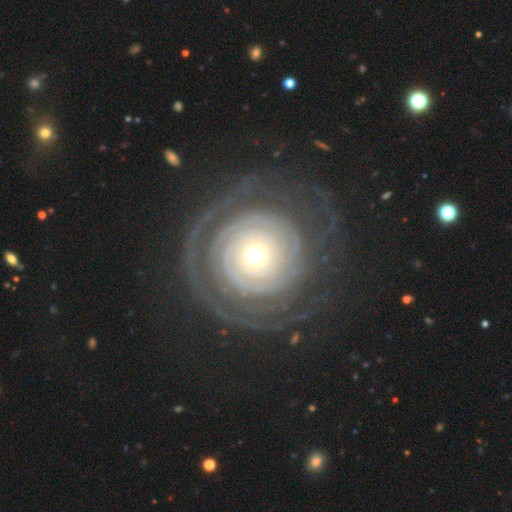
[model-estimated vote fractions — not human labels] This is clearly a featured or disk galaxy (87%). It is clearly not viewed edge-on (97%). Bar: clearly no (84%). Spiral arm pattern: clearly yes (93%). Spiral arm count: marginally can't tell (32%). Spiral winding: clearly tight (83%). Central bulge: possibly moderate (59%). Merging: likely none (73%).